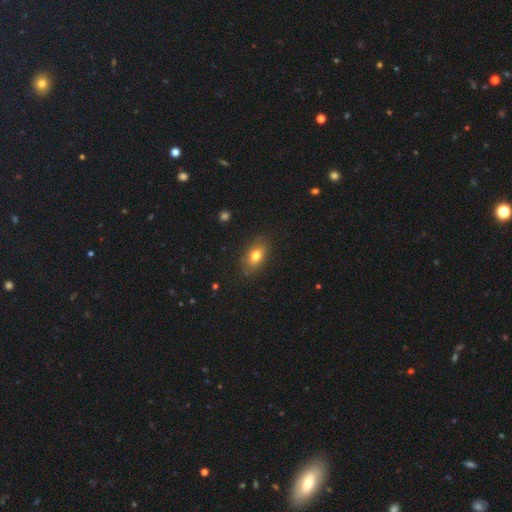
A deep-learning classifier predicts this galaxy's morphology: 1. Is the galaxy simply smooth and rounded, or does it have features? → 77% smooth, 14% featured or disk, 9% star or artifact.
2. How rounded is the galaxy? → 85% in between, 12% round, 4% cigar-shaped.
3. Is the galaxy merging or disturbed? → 82% none, 13% minor disturbance, 3% major disturbance, 1% merger.